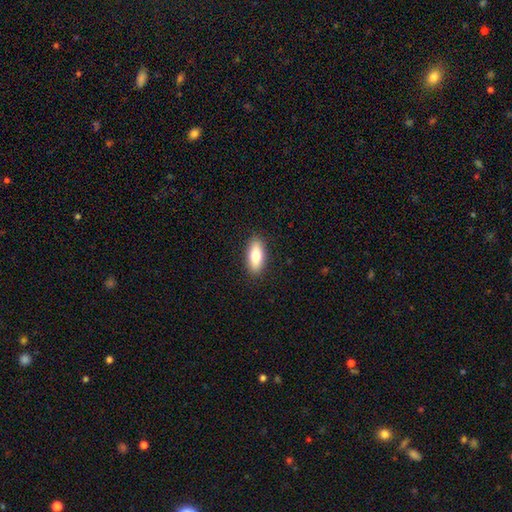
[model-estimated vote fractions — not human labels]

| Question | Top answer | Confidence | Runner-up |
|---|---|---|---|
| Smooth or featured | smooth | 78% | featured or disk (16%) |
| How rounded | in between | 80% | cigar-shaped (17%) |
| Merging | none | 89% | minor disturbance (8%) |